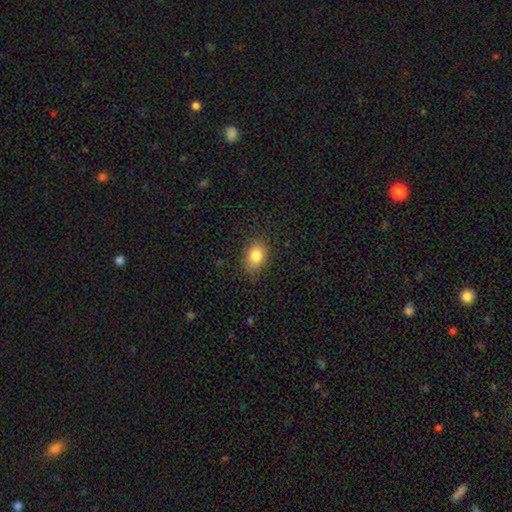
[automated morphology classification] Smooth or featured? smooth (83%)
How rounded? in between (75%)
Merging? none (82%)